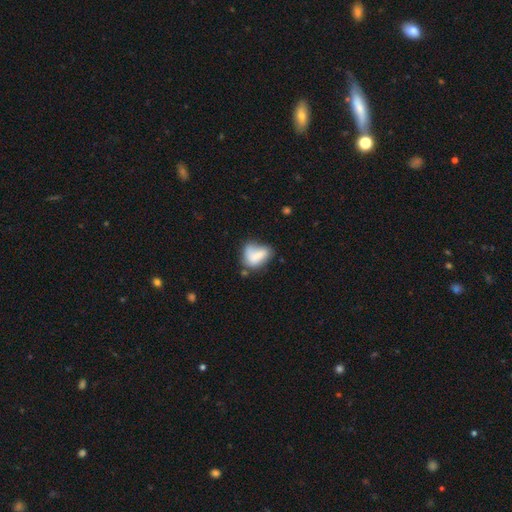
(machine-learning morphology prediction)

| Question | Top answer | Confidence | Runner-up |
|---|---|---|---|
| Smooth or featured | smooth | 71% | featured or disk (20%) |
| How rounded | in between | 80% | round (17%) |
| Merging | none | 33% | minor disturbance (31%) |